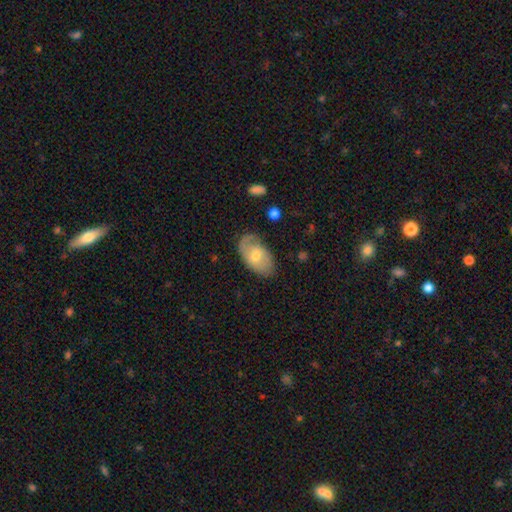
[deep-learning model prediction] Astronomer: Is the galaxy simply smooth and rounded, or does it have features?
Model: smooth — 47% (runner-up: featured or disk, 46%).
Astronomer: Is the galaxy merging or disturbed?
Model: none — 66%.